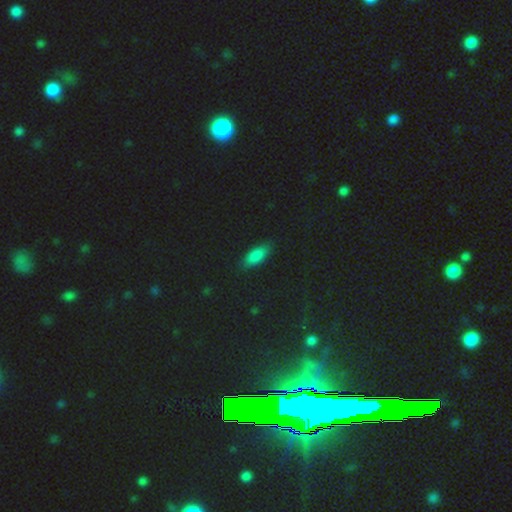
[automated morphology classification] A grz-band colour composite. It shows a smooth galaxy with no disk features (79%) that is in between round and cigar-shaped (80%). Merging: none (85%).